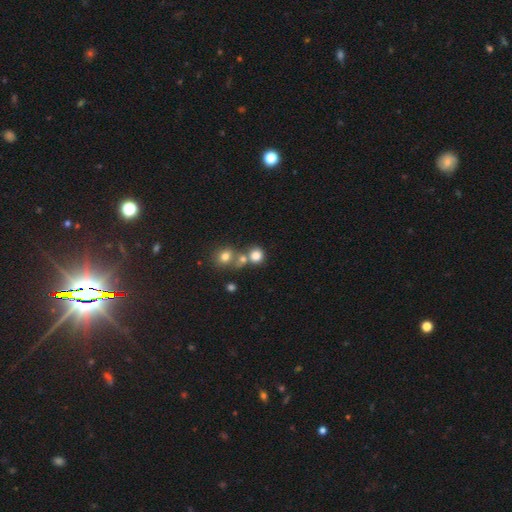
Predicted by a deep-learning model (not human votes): smooth_or_featured: smooth (p=0.79) [alt: star or artifact p=0.13]
how_rounded: round (p=0.85) [alt: in between p=0.14]
merging: none (p=0.55) [alt: merger p=0.32]